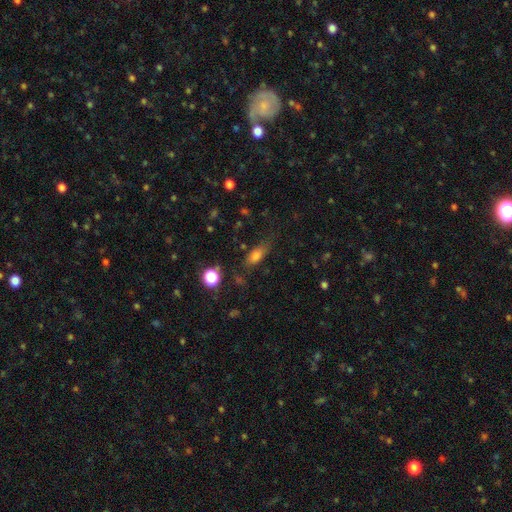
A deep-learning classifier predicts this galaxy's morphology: A smooth galaxy with no disk features (73%) that is in between round and cigar-shaped (71%).

Vote fractions:
- Smooth or featured? smooth: 73% / featured or disk: 14% / star or artifact: 13%
- How rounded? in between: 71% / cigar-shaped: 21% / round: 8%
- Merging? none: 66% / minor disturbance: 22% / major disturbance: 8% / merger: 4%